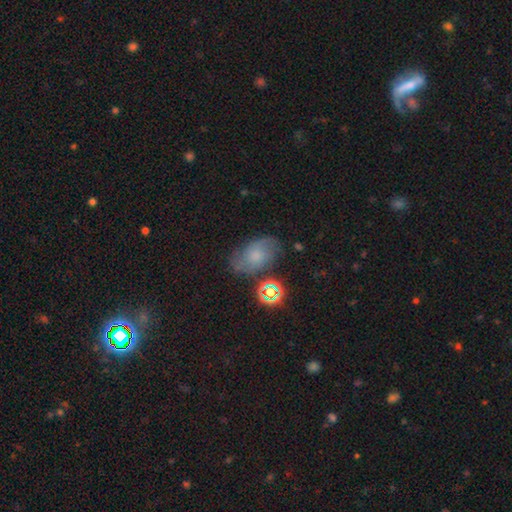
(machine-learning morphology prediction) Smooth or featured: smooth — 43% (featured or disk — 41%)
Merging: none — 67% (minor disturbance — 21%)